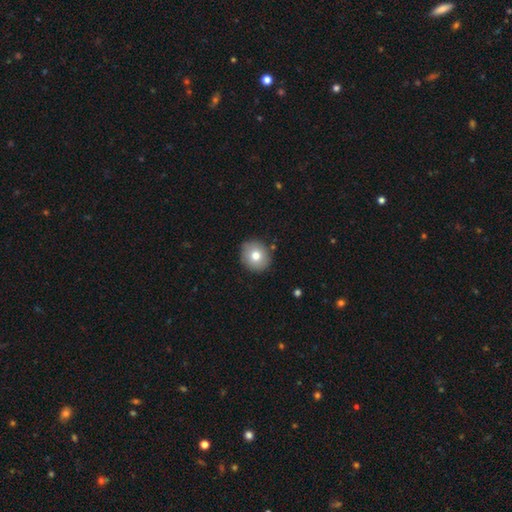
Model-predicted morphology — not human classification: Smooth or featured: smooth — 76% (featured or disk — 15%)
How rounded: round — 81% (in between — 18%)
Merging: none — 87% (minor disturbance — 9%)